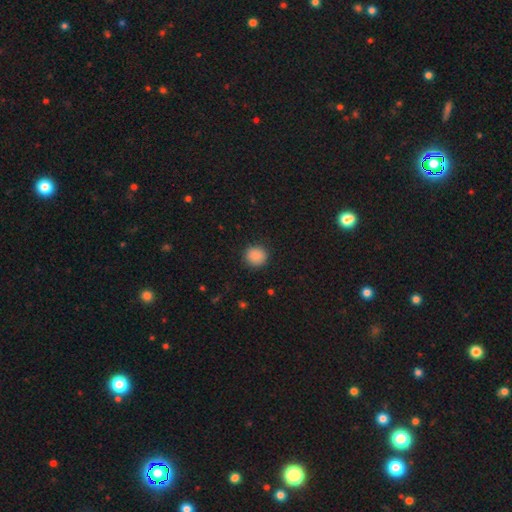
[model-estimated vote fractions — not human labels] Smooth or featured? smooth (88%)
How rounded? round (92%)
Merging? none (91%)